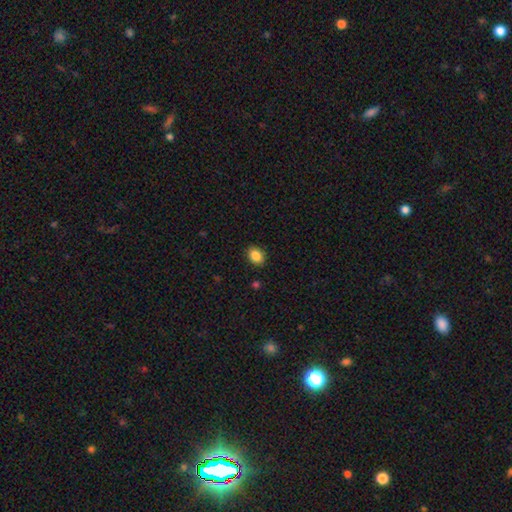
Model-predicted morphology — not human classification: A smooth galaxy with no disk features (87%) that is in between round and cigar-shaped (62%). Merging: none (89%).